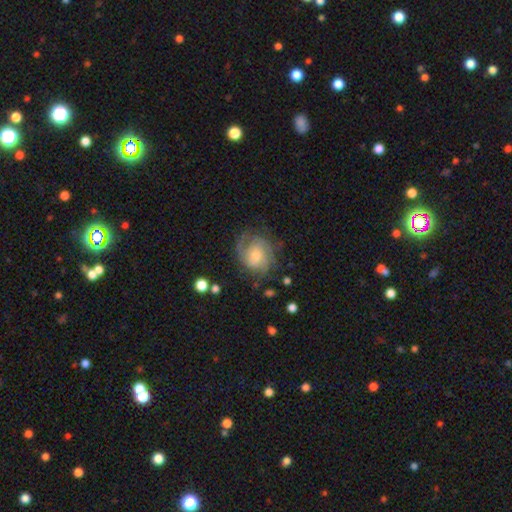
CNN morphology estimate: The model was most divided on "bulge size" (2-way tie): moderate: 47%, small: 47%, large: 4%, none: 2%, dominant: 1%. Remaining: edge-on disk — no (97%); spiral arms — yes (92%); smooth or featured — featured or disk (76%); merging — none (68%); bar — no (66%); spiral winding — tight (53%); spiral arm count — 2 (39%).